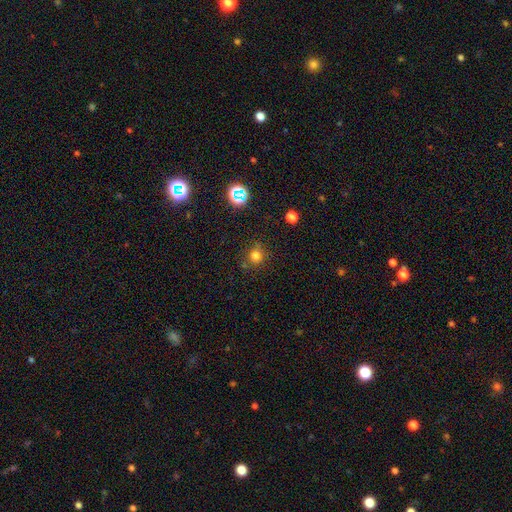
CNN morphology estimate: type=smooth (76%); roundness=round (88%); merging=none (80%).